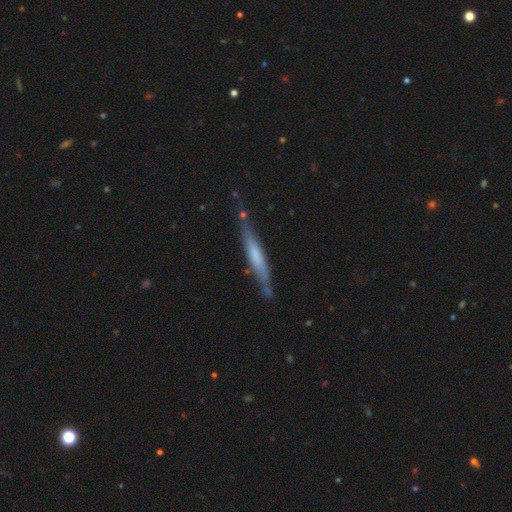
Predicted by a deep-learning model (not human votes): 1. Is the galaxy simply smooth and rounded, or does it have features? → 48% featured or disk, 46% smooth, 6% star or artifact.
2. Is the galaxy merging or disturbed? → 72% none, 19% minor disturbance, 5% merger, 4% major disturbance.